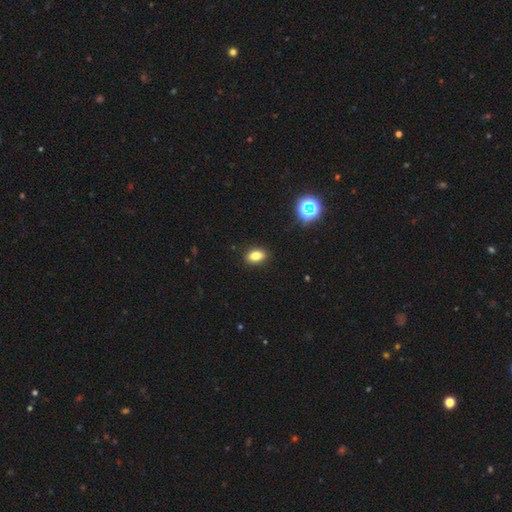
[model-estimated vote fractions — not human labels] This is clearly a smooth galaxy (81%). How rounded: clearly in between (84%). Merging: clearly none (89%).